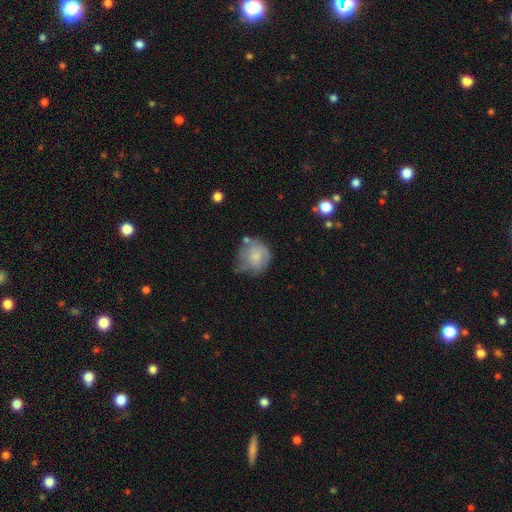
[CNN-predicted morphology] Smooth or featured?
  - smooth: 68% *
  - featured or disk: 25%
  - star or artifact: 7%
How rounded?
  - round: 85% *
  - in between: 14%
  - cigar-shaped: 1%
Merging?
  - none: 45% *
  - minor disturbance: 35%
  - major disturbance: 14%
  - merger: 6%